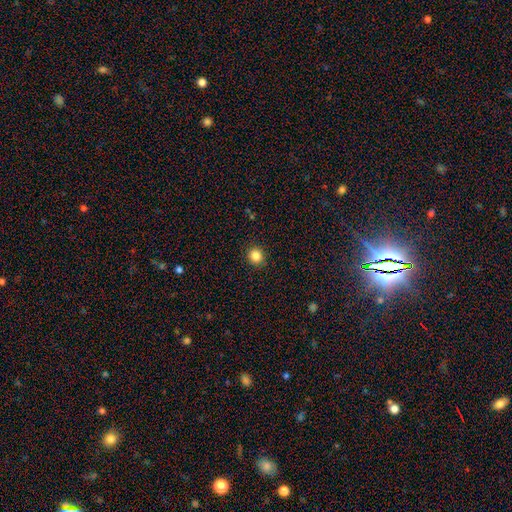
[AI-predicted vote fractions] The model was most divided on "smooth or featured": smooth: 85%, star or artifact: 11%, featured or disk: 4%. More confident: merging — none (91%); how rounded — round (88%).